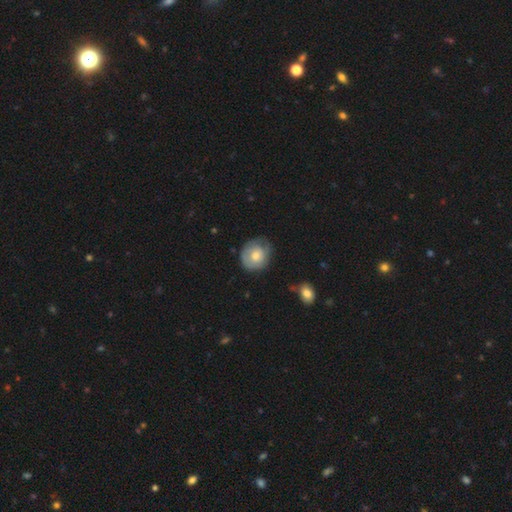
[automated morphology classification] Smooth or featured? Predicted: smooth (p=0.60). How rounded? Predicted: round (p=0.78). Merging? Predicted: none (p=0.64).